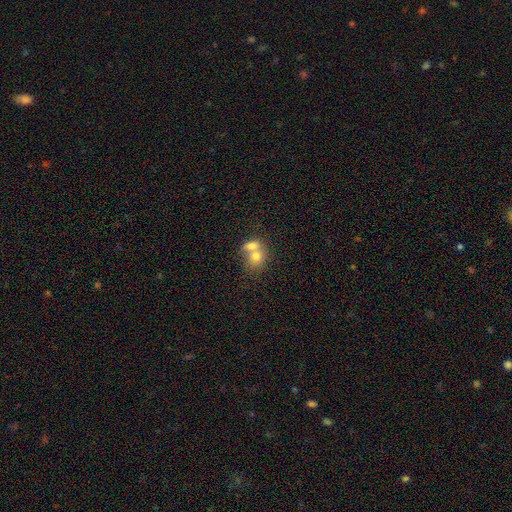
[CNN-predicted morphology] A smooth galaxy with no disk features (72%) that is round (55%). Merging: merger (69%).